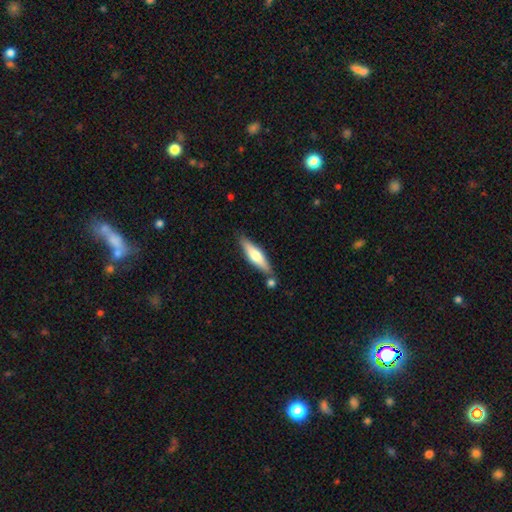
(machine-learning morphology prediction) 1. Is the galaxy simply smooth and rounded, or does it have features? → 50% smooth, 45% featured or disk, 5% star or artifact.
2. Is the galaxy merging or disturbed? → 77% none, 12% minor disturbance, 9% merger, 3% major disturbance.